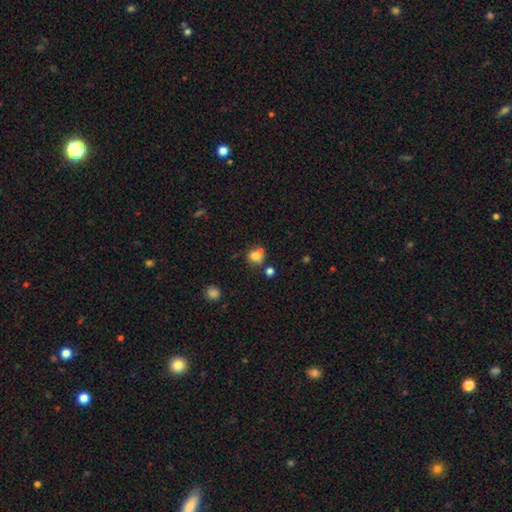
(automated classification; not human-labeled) smooth_or_featured: smooth (p=0.77) [alt: star or artifact p=0.13]
how_rounded: round (p=0.77) [alt: in between p=0.22]
merging: none (p=0.54) [alt: merger p=0.24]